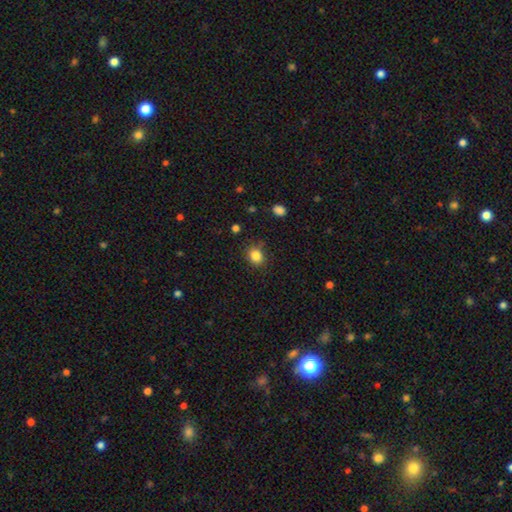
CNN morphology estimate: Overall: smooth (84%). How rounded: round (66%; in between 33%). Merging: none (80%).